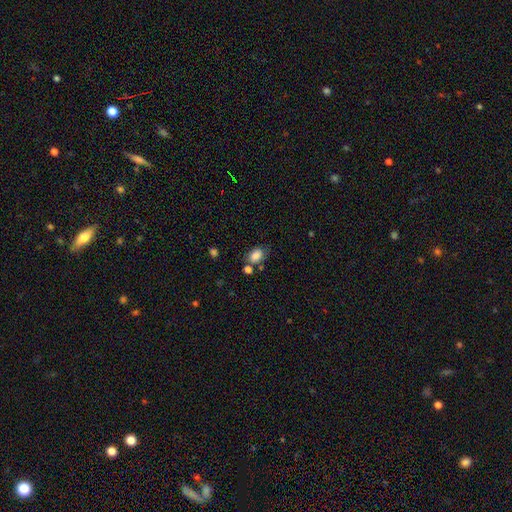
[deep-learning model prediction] A smooth galaxy with no disk features (83%) that is in between round and cigar-shaped (77%).

Vote fractions:
- Smooth or featured? smooth: 83% / star or artifact: 10% / featured or disk: 7%
- How rounded? in between: 77% / round: 22% / cigar-shaped: 1%
- Merging? none: 61% / minor disturbance: 19% / merger: 14% / major disturbance: 6%